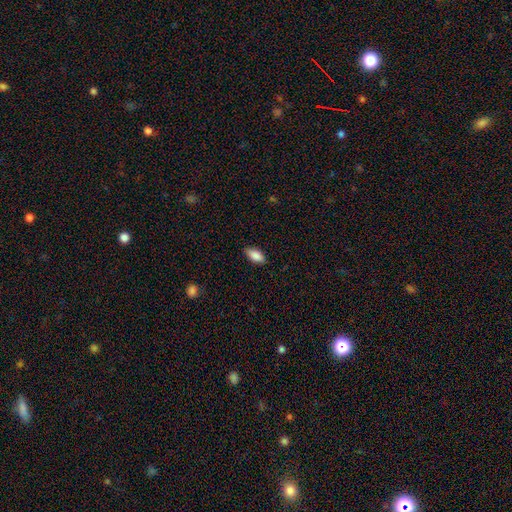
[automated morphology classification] Q: Smooth or featured?
A: smooth (88%); runner-up: star or artifact (7%)
Q: How rounded?
A: in between (91%); runner-up: cigar-shaped (7%)
Q: Merging?
A: none (86%); runner-up: minor disturbance (11%)